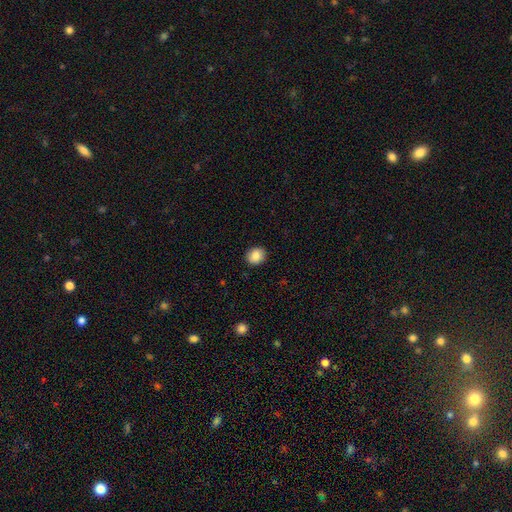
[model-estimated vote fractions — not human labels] Q: Smooth or featured?
A: smooth (87%); runner-up: star or artifact (9%)
Q: How rounded?
A: round (75%); runner-up: in between (25%)
Q: Merging?
A: none (90%); runner-up: minor disturbance (7%)